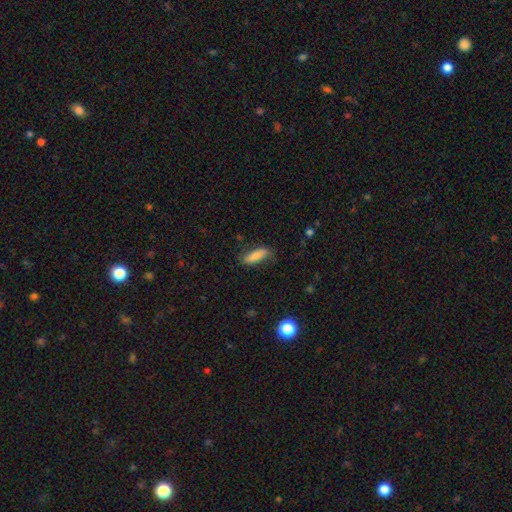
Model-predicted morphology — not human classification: Smooth or featured: smooth — 79% (featured or disk — 14%)
How rounded: in between — 56% (cigar-shaped — 42%)
Merging: none — 70% (minor disturbance — 22%)